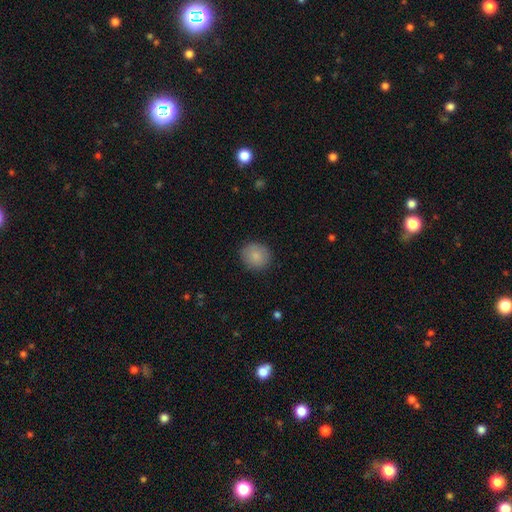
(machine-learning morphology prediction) A smooth galaxy with no disk features (86%) that is round (85%). Merging: none (89%).